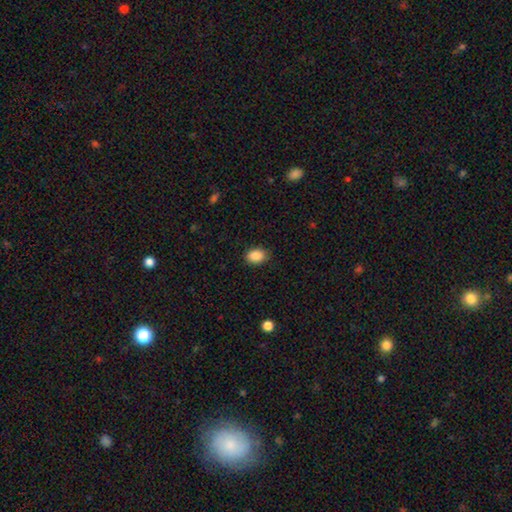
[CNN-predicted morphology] smooth-or-featured: smooth: 89% | star or artifact: 8% | featured or disk: 3%
  how-rounded: in between: 78% | round: 21% | cigar-shaped: 1%
  merging: none: 85% | minor disturbance: 11% | major disturbance: 3% | merger: 1%